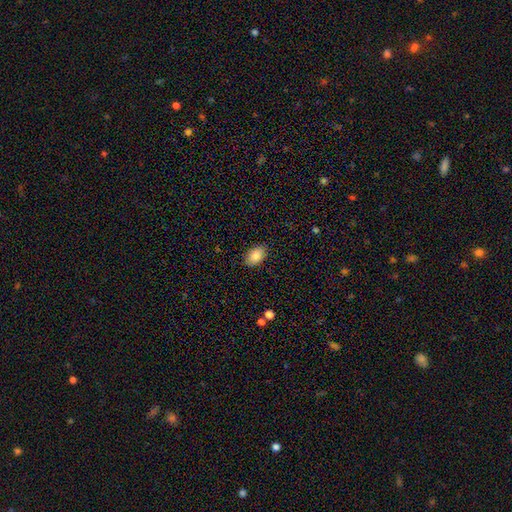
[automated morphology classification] A smooth galaxy with no disk features (87%) that is in between round and cigar-shaped (88%). Merging: none (85%).